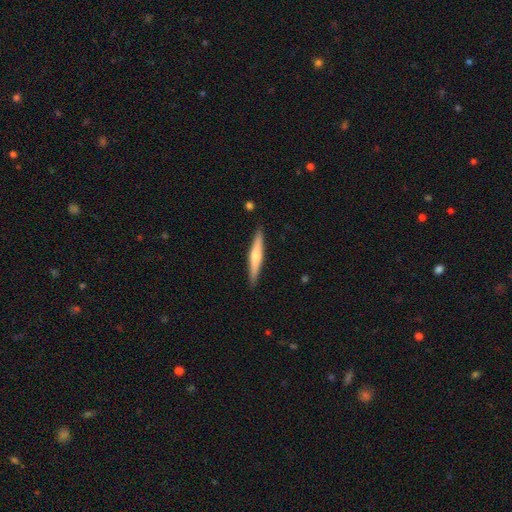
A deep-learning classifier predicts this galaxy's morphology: This is possibly a smooth galaxy (49%). Merging: clearly none (90%).